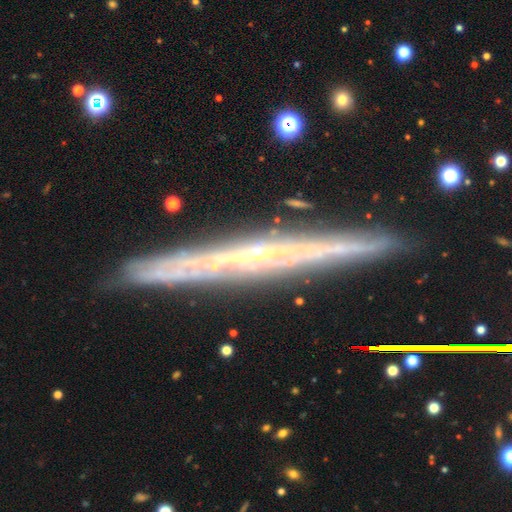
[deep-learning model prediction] The model was most divided on "edge-on bulge": none: 71%, rounded: 23%, boxy: 6%. More confident: edge-on disk — yes (93%); merging — none (85%); smooth or featured — featured or disk (78%).